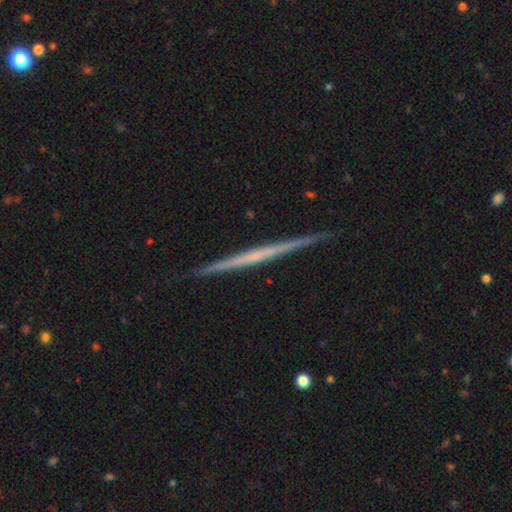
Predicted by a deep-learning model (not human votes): Smooth or featured?
  - featured or disk: 69% *
  - smooth: 26%
  - star or artifact: 6%
Edge-on disk?
  - yes: 98% *
  - no: 2%
Edge-on bulge?
  - none: 86% *
  - rounded: 10%
  - boxy: 4%
Merging?
  - none: 91% *
  - minor disturbance: 6%
  - major disturbance: 1%
  - merger: 1%